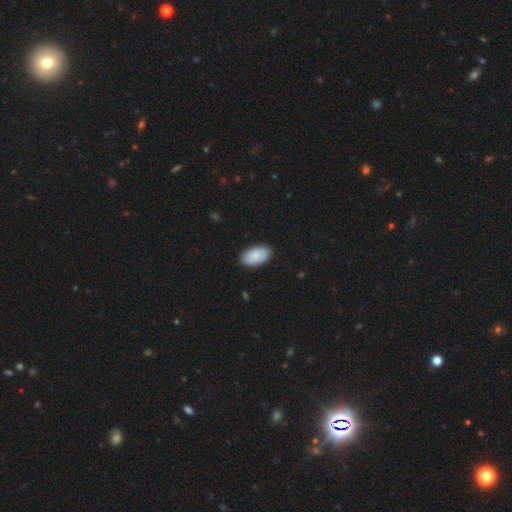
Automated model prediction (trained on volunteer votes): Smooth or featured?
  - smooth: 84% *
  - featured or disk: 10%
  - star or artifact: 6%
How rounded?
  - in between: 95% *
  - round: 3%
  - cigar-shaped: 1%
Merging?
  - none: 88% *
  - minor disturbance: 9%
  - major disturbance: 2%
  - merger: 1%